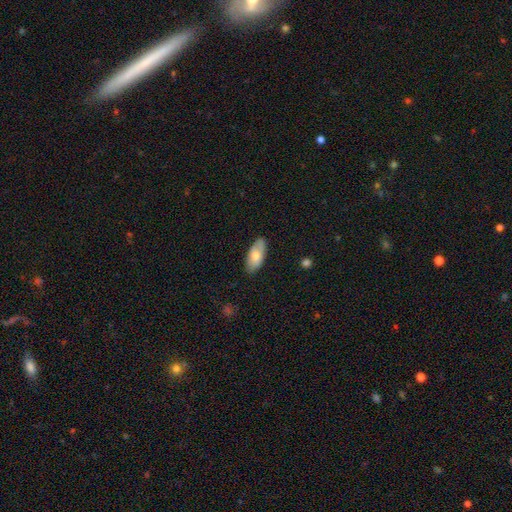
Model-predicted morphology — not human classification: Smooth or featured: smooth — 70% (featured or disk — 25%)
How rounded: in between — 89% (cigar-shaped — 8%)
Merging: none — 81% (minor disturbance — 15%)